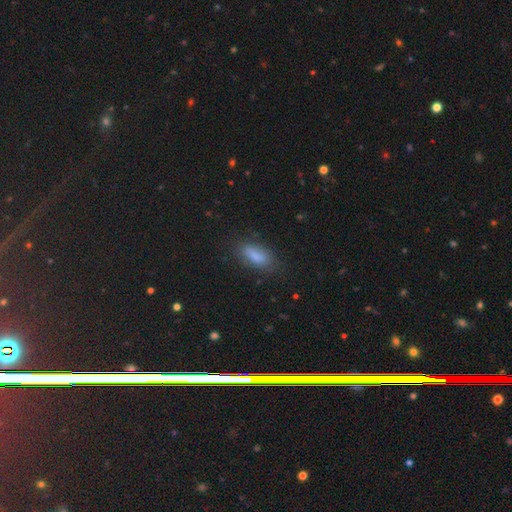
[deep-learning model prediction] smooth_or_featured: smooth (p=0.83) [alt: star or artifact p=0.09]
how_rounded: in between (p=0.81) [alt: cigar-shaped p=0.16]
merging: none (p=0.77) [alt: minor disturbance p=0.16]